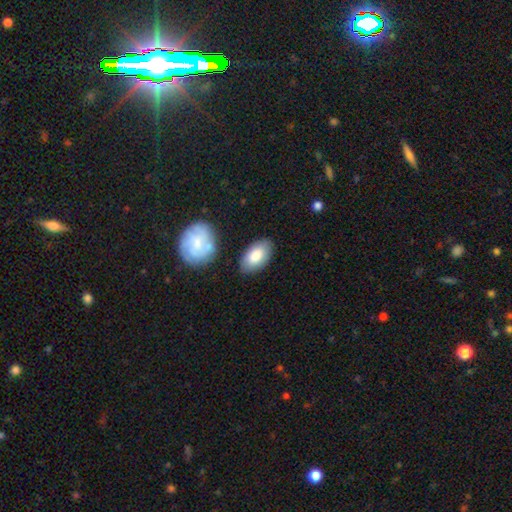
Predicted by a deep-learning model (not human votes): This is clearly a smooth galaxy (83%). How rounded: clearly in between (94%). Merging: likely none (80%).